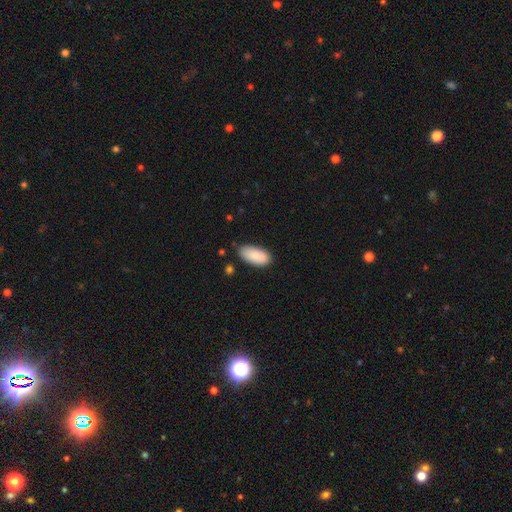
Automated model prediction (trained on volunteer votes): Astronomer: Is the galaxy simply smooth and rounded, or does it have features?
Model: smooth — 87%.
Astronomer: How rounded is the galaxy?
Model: in between — 93%.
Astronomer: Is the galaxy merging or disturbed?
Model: none — 78%.